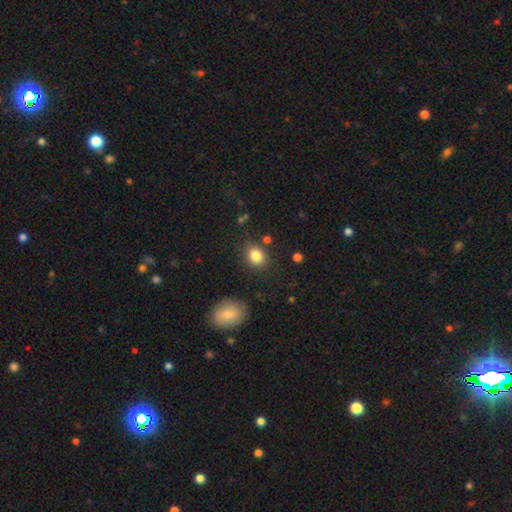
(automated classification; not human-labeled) A smooth galaxy with no disk features (84%) that is round (51%). Merging: none (81%).